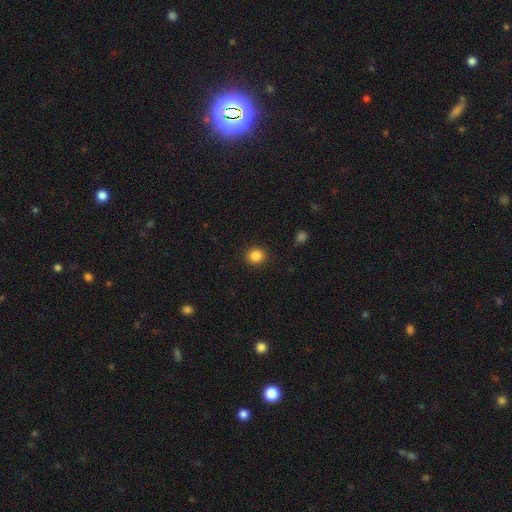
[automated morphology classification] Smooth or featured? Predicted: smooth (p=0.85). How rounded? Predicted: round (p=0.82). Merging? Predicted: none (p=0.90).